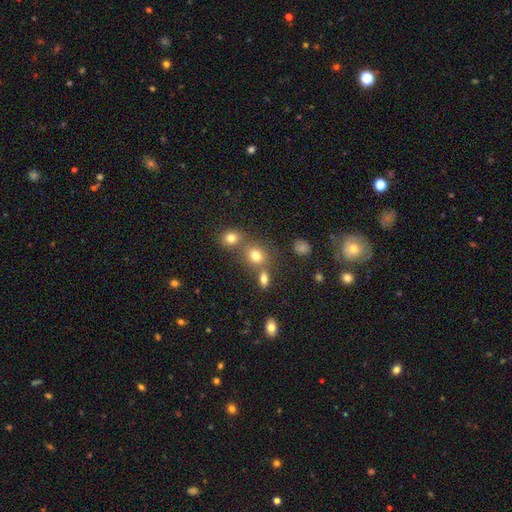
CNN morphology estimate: Smooth or featured: smooth — 75% (star or artifact — 15%)
How rounded: round — 66% (in between — 32%)
Merging: none — 57% (merger — 30%)